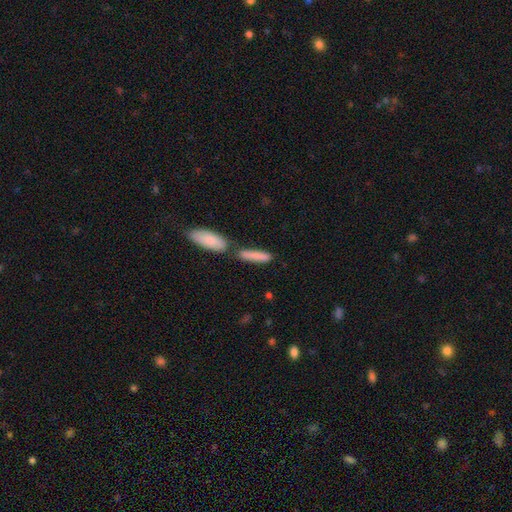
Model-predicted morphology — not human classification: A smooth galaxy with no disk features (81%) that is cigar-shaped (78%).

Vote fractions:
- Smooth or featured? smooth: 81% / featured or disk: 12% / star or artifact: 7%
- How rounded? cigar-shaped: 78% / in between: 20% / round: 2%
- Merging? none: 54% / merger: 30% / minor disturbance: 12% / major disturbance: 4%